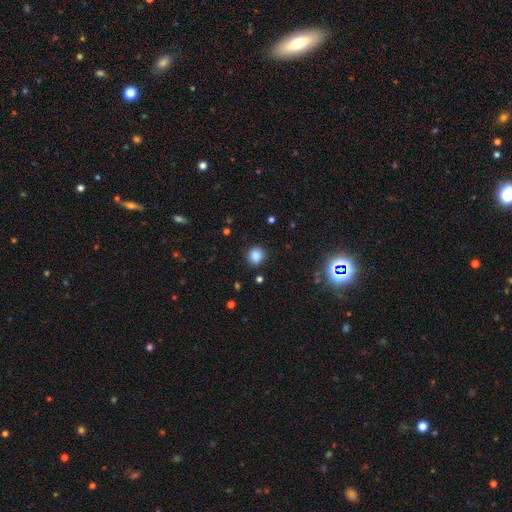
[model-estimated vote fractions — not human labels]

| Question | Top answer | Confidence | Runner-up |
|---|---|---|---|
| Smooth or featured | smooth | 84% | star or artifact (12%) |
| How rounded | round | 79% | in between (20%) |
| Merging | none | 86% | minor disturbance (10%) |